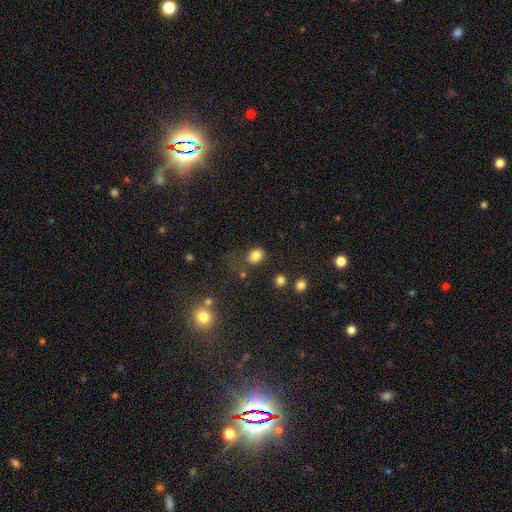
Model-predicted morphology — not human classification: A smooth galaxy with no disk features (82%) that is in between round and cigar-shaped (58%). Merging: none (65%).